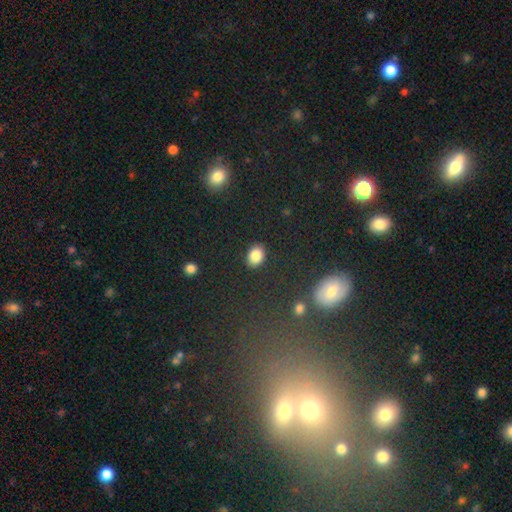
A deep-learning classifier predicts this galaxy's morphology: smooth-or-featured: smooth: 86% | star or artifact: 9% | featured or disk: 5%
  how-rounded: in between: 68% | round: 31% | cigar-shaped: 1%
  merging: none: 88% | minor disturbance: 8% | major disturbance: 2% | merger: 1%